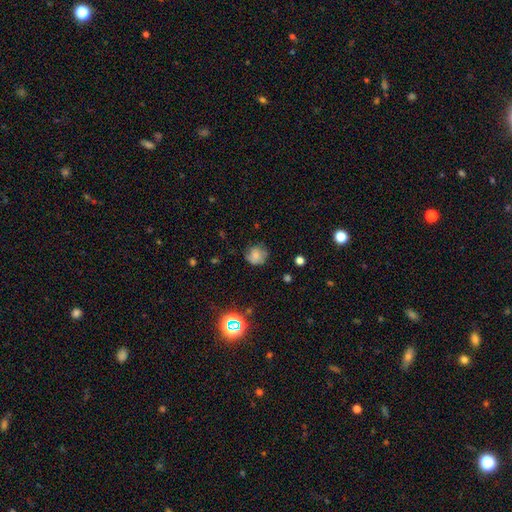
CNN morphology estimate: A smooth galaxy with no disk features (70%) that is round (83%).

Vote fractions:
- Smooth or featured? smooth: 70% / featured or disk: 16% / star or artifact: 14%
- How rounded? round: 83% / in between: 16% / cigar-shaped: 1%
- Merging? none: 68% / minor disturbance: 23% / major disturbance: 7% / merger: 2%